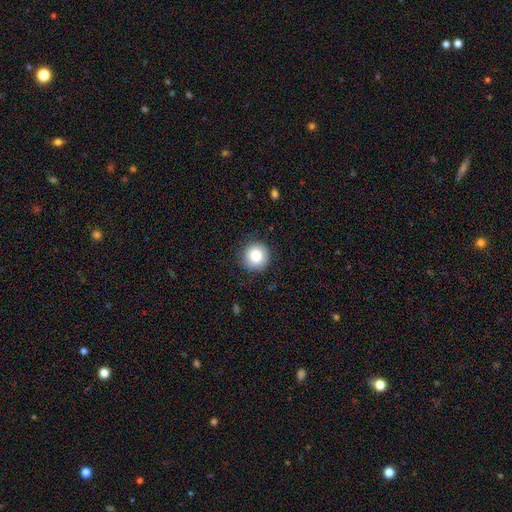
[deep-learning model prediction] Smooth or featured?
  - smooth: 83% *
  - star or artifact: 9%
  - featured or disk: 8%
How rounded?
  - round: 95% *
  - in between: 4%
  - cigar-shaped: 1%
Merging?
  - none: 88% *
  - minor disturbance: 9%
  - major disturbance: 2%
  - merger: 1%